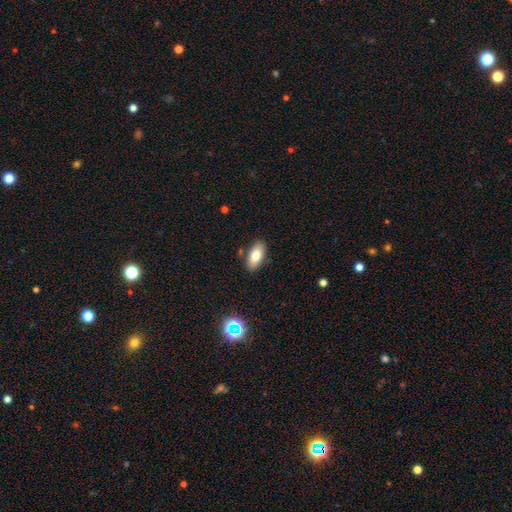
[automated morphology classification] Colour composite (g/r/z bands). It shows a smooth galaxy with no disk features (78%) that is in between round and cigar-shaped (90%). Merging: none (85%).